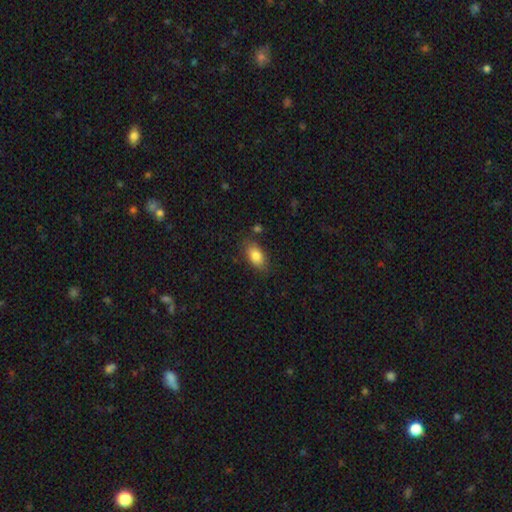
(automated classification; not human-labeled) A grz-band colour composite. It shows a smooth galaxy with no disk features (84%) that is in between round and cigar-shaped (90%). Merging: none (80%).